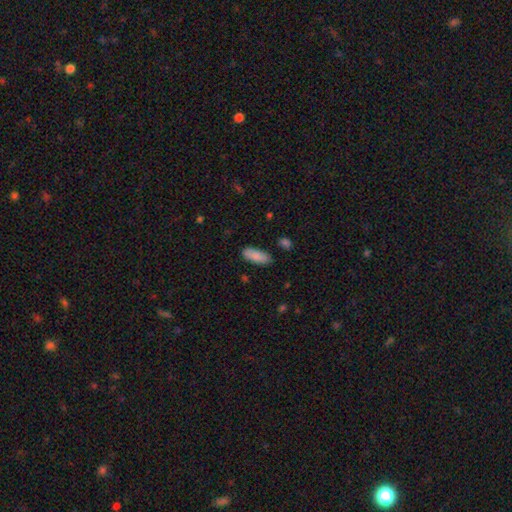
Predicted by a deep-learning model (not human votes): smooth-or-featured: smooth: 87% | featured or disk: 7% | star or artifact: 6%
  how-rounded: in between: 75% | cigar-shaped: 23% | round: 2%
  merging: none: 84% | minor disturbance: 12% | major disturbance: 2% | merger: 2%